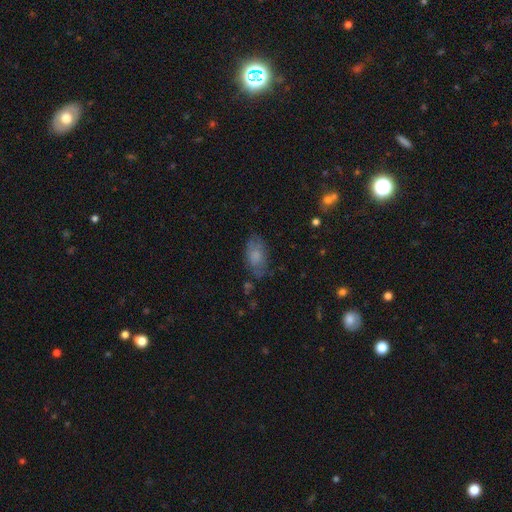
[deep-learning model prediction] This is likely a smooth galaxy (70%). How rounded: clearly in between (90%). Merging: likely none (66%).